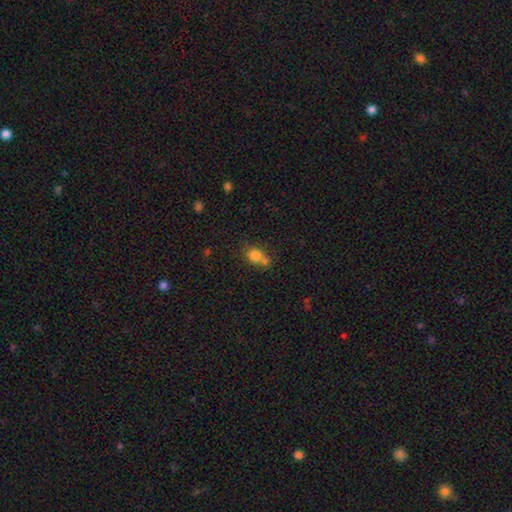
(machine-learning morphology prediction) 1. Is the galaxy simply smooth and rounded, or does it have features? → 78% smooth, 12% star or artifact, 10% featured or disk.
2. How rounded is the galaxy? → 57% round, 41% in between, 2% cigar-shaped.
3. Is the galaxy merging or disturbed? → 42% merger, 39% none, 13% minor disturbance, 5% major disturbance.